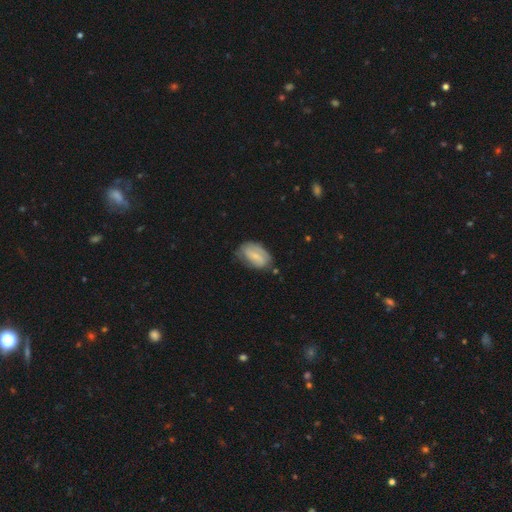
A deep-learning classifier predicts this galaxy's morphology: This appears to be a featured or disk galaxy (48%). Merging: none (59%).